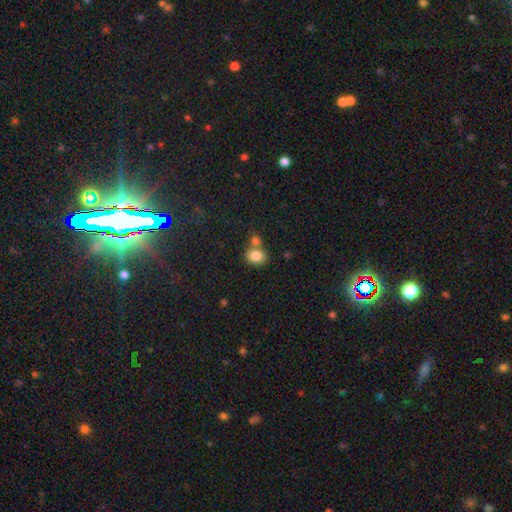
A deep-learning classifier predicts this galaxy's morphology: smooth_or_featured: smooth (p=0.83) [alt: star or artifact p=0.09]
how_rounded: in between (p=0.51) [alt: round p=0.48]
merging: none (p=0.54) [alt: merger p=0.33]